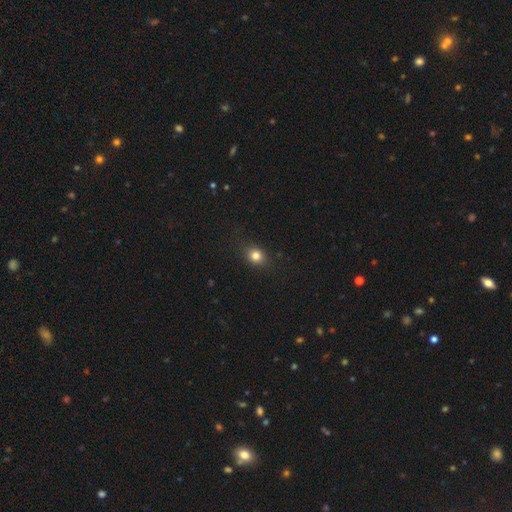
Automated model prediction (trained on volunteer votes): smooth 81%, star or artifact 12%, featured or disk 7%. Down the decision tree: how rounded — round (66%); merging — none (83%).